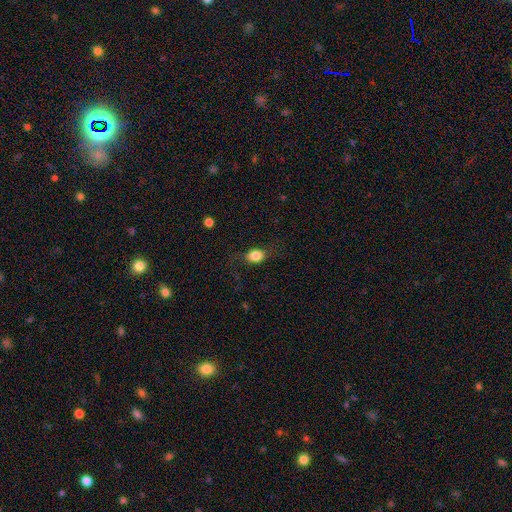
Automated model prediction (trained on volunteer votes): A smooth galaxy with no disk features (80%) that is in between round and cigar-shaped (62%). Merging: none (74%).